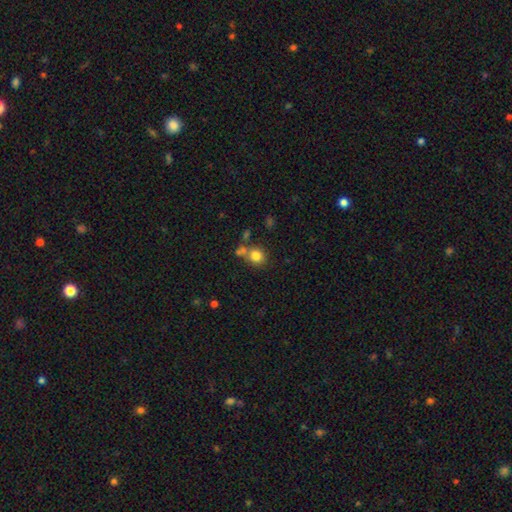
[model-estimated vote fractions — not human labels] This is clearly a smooth galaxy (80%). How rounded: likely round (79%). Merging: possibly none (59%).